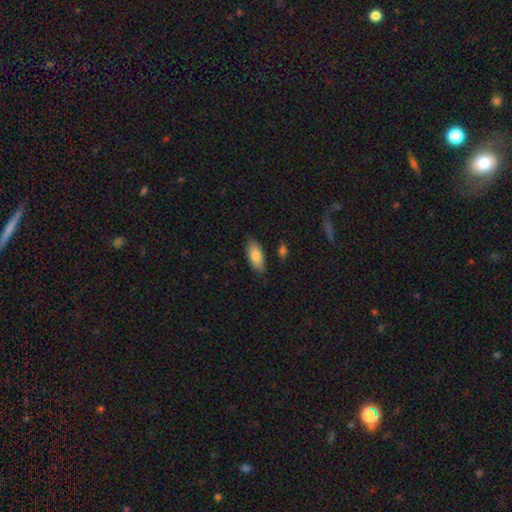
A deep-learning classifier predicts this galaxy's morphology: type=smooth (82%); roundness=in between (85%); merging=none (80%).